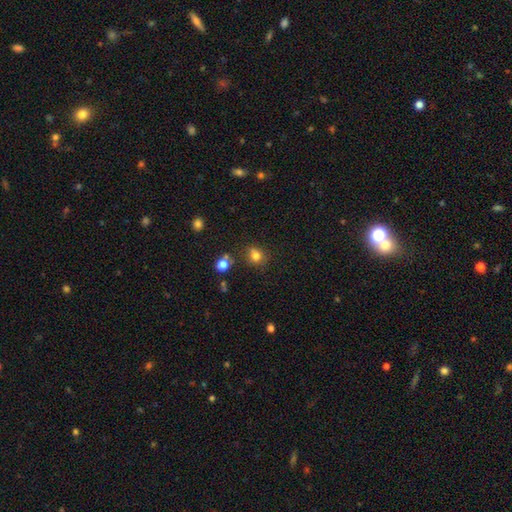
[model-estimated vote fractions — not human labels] smooth 79%, star or artifact 14%, featured or disk 7%. Down the decision tree: how rounded — round (72%); merging — none (76%).